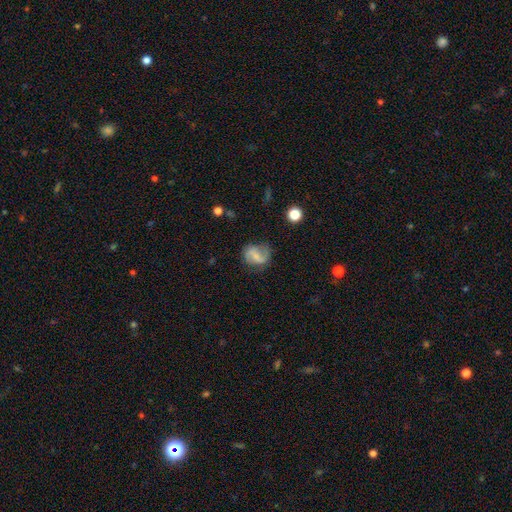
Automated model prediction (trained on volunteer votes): Smooth or featured?
  - featured or disk: 65% *
  - smooth: 27%
  - star or artifact: 8%
Edge-on disk?
  - no: 97% *
  - yes: 3%
Bar?
  - weak: 46% *
  - strong: 28%
  - no: 27%
Spiral arms?
  - yes: 88% *
  - no: 12%
Spiral winding?
  - loose: 47% *
  - medium: 39%
  - tight: 14%
Spiral arm count?
  - 2: 86% *
  - can't tell: 6%
  - 1: 5%
  - 3: 1%
  - 4: 1%
  - more than 4: 1%
Bulge size?
  - small: 49% *
  - none: 27%
  - moderate: 21%
  - large: 2%
  - dominant: 1%
Merging?
  - none: 69% *
  - minor disturbance: 20%
  - major disturbance: 9%
  - merger: 2%